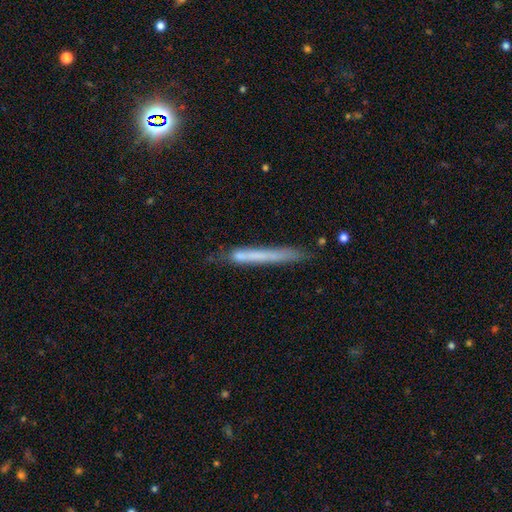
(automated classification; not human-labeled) A smooth galaxy with no disk features (57%) that is cigar-shaped (97%). Merging: none (70%).